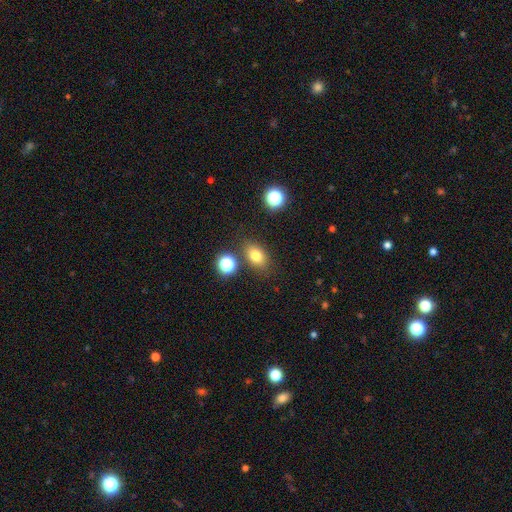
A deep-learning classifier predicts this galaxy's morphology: This is likely a smooth galaxy (77%). How rounded: likely in between (76%). Merging: likely none (79%).